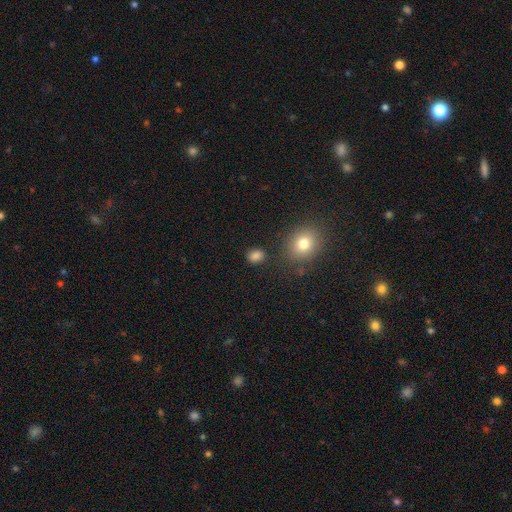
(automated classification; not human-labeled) This appears to be a smooth galaxy with no disk features (83%) that is round (53%). Merging: none (83%).